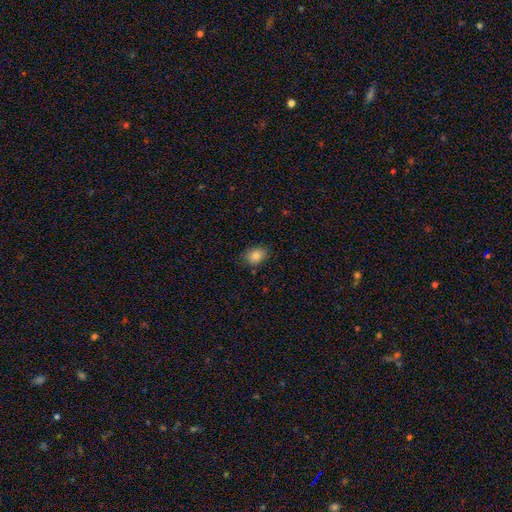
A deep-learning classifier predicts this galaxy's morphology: This appears to be a smooth galaxy with no disk features (83%) that is in between round and cigar-shaped (65%). Merging: none (81%).